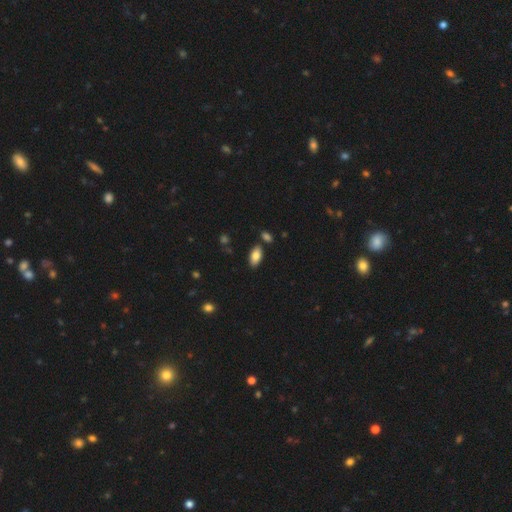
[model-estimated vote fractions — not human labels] Smooth or featured?
  - smooth: 83% *
  - featured or disk: 9%
  - star or artifact: 7%
How rounded?
  - in between: 93% *
  - cigar-shaped: 4%
  - round: 3%
Merging?
  - none: 82% *
  - minor disturbance: 10%
  - merger: 6%
  - major disturbance: 2%